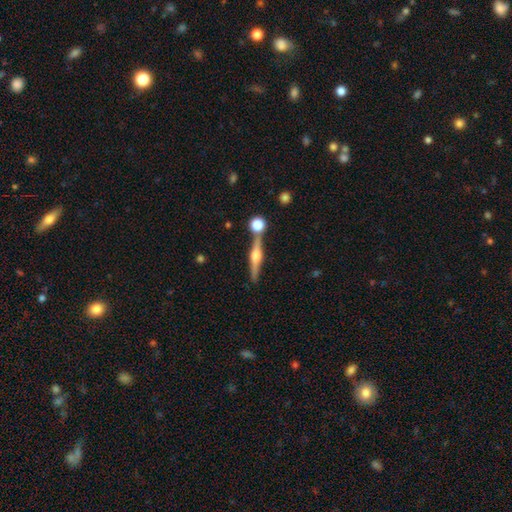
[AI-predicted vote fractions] Overall: featured or disk (77%). Edge-on disk: yes (97%). Edge-on bulge: rounded (93%). Merging: none (78%).